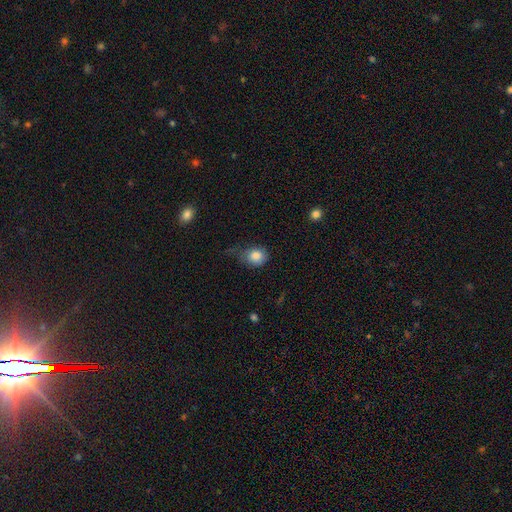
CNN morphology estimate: A smooth galaxy with no disk features (84%) that is round (58%). Merging: none (43%).